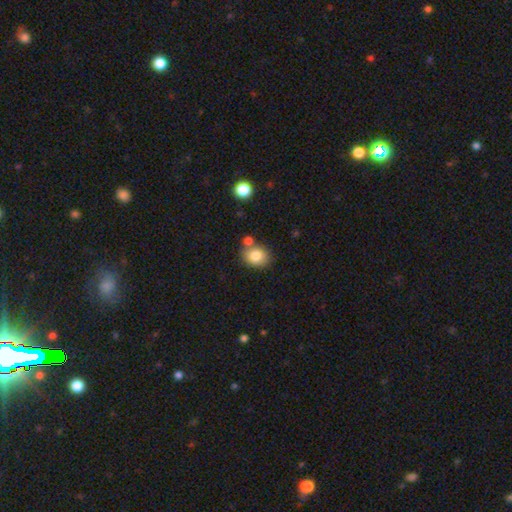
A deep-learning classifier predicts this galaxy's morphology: This appears to be a smooth galaxy with no disk features (82%) that is round (52%). Merging: none (67%).